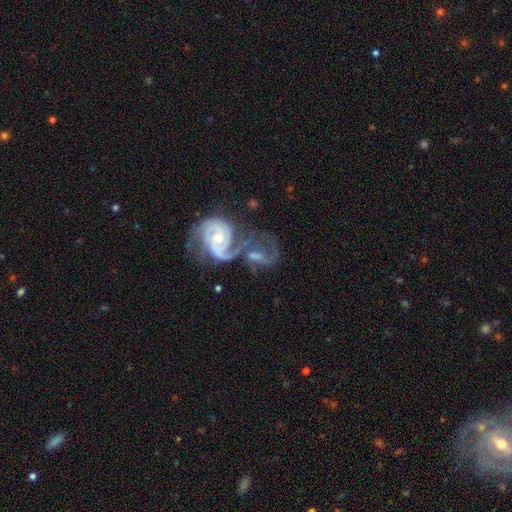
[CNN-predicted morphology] Smooth or featured? Predicted: featured or disk (p=0.80). Edge-on disk? Predicted: no (p=0.96). Bar? Predicted: no (p=0.46). Spiral arms? Predicted: yes (p=0.91). Spiral winding? Predicted: medium (p=0.44). Spiral arm count? Predicted: 2 (p=0.71). Bulge size? Predicted: moderate (p=0.49). Merging? Predicted: merger (p=0.54).